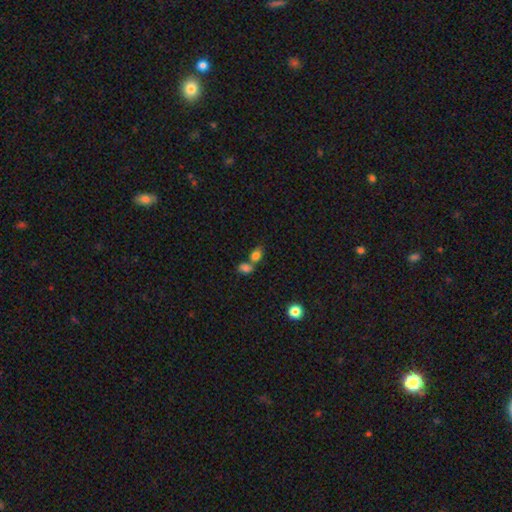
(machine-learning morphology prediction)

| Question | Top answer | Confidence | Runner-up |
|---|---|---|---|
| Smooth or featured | smooth | 79% | star or artifact (12%) |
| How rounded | in between | 63% | round (35%) |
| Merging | merger | 49% | none (37%) |